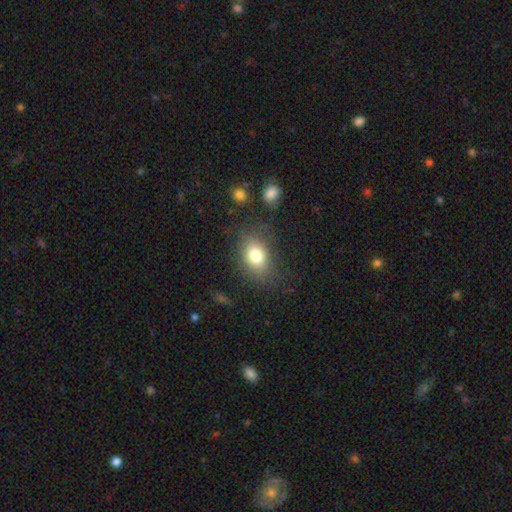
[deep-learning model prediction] This appears to be a smooth galaxy with no disk features (79%) that is in between round and cigar-shaped (70%). Merging: none (73%).